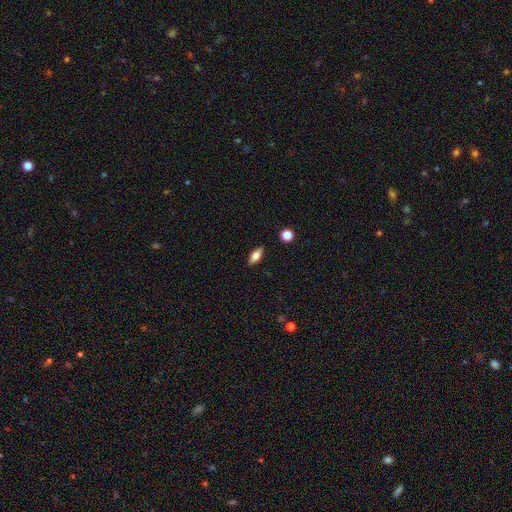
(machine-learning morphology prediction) A smooth galaxy with no disk features (64%) that is in between round and cigar-shaped (76%). Merging: none (88%).